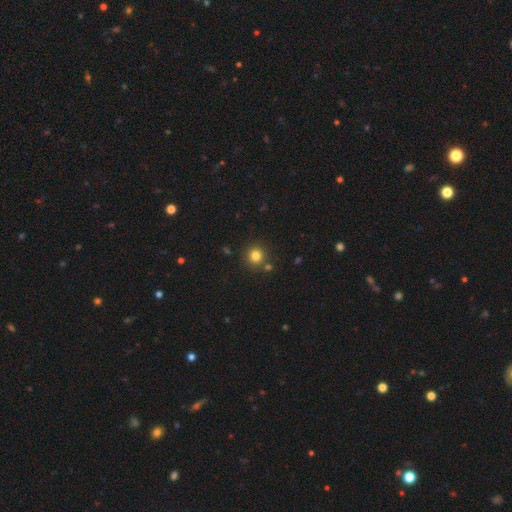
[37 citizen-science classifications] Q: Smooth or featured?
A: smooth (89%); runner-up: star or artifact (8%)
Q: How rounded?
A: round (91%); runner-up: in between (9%)
Q: Merging?
A: none (91%); runner-up: merger (6%)